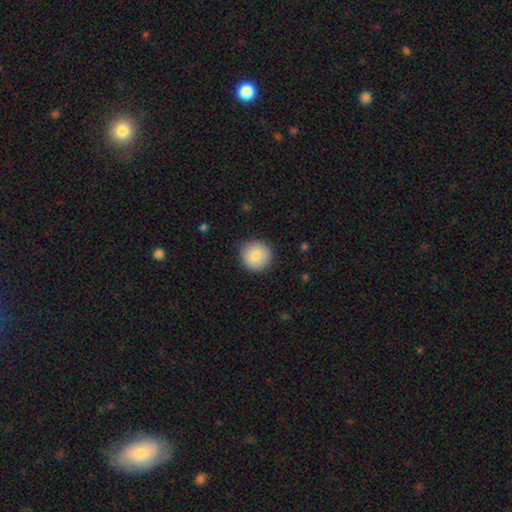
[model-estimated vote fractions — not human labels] Q: Smooth or featured?
A: smooth (83%); runner-up: featured or disk (10%)
Q: How rounded?
A: round (93%); runner-up: in between (6%)
Q: Merging?
A: none (88%); runner-up: minor disturbance (9%)